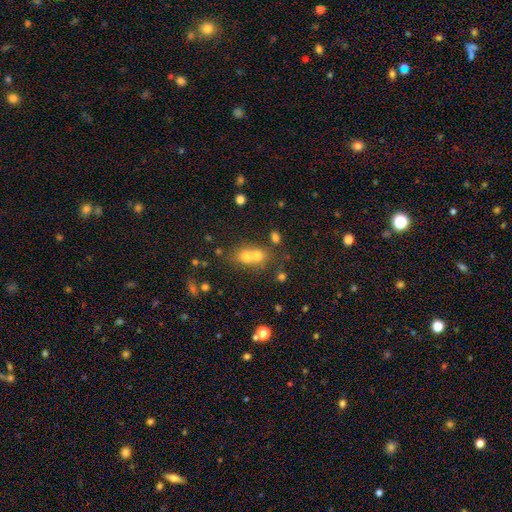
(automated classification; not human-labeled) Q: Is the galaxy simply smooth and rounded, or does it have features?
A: smooth — 63%.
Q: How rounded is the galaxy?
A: round — 65%.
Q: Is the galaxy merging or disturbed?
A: merger — 63%.